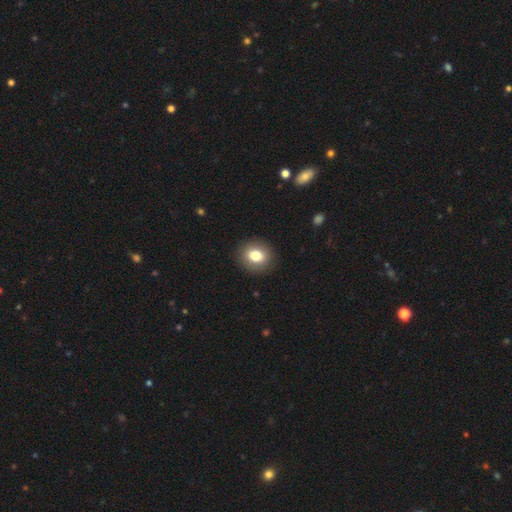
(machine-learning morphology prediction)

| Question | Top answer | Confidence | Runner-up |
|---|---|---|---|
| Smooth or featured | smooth | 80% | featured or disk (11%) |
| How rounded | round | 75% | in between (24%) |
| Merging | none | 90% | minor disturbance (6%) |